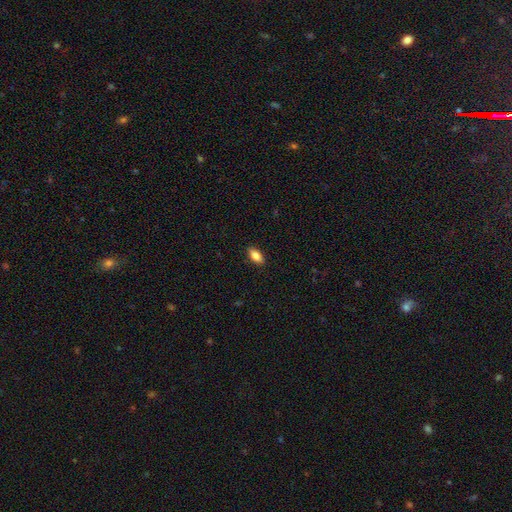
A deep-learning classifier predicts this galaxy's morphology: Smooth or featured? smooth (84%)
How rounded? in between (88%)
Merging? none (89%)